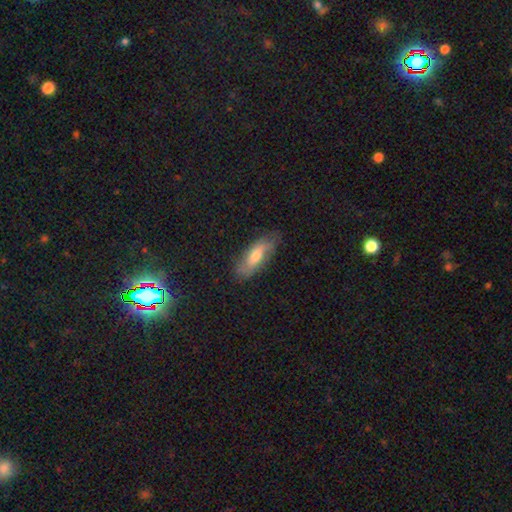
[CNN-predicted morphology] Overall: smooth (45%, tied with featured or disk). Merging: none (77%).